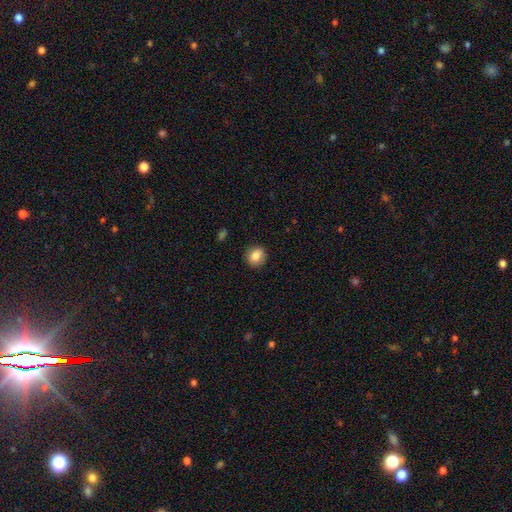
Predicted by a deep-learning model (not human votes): Q: Smooth or featured?
A: smooth (84%); runner-up: star or artifact (9%)
Q: How rounded?
A: round (70%); runner-up: in between (29%)
Q: Merging?
A: none (89%); runner-up: minor disturbance (8%)